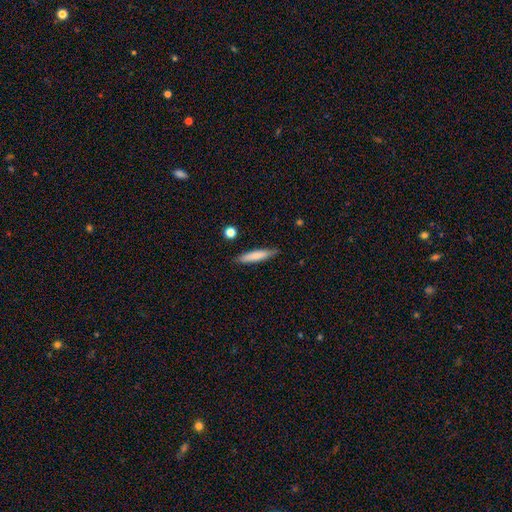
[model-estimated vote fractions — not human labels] This appears to be a smooth galaxy with no disk features (77%) that is cigar-shaped (87%). Merging: none (85%).